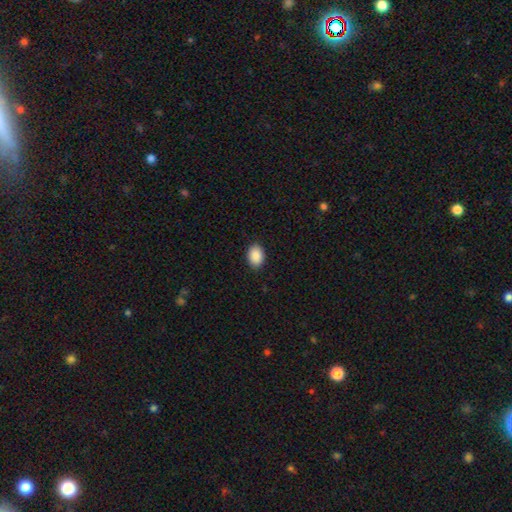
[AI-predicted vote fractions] A smooth galaxy with no disk features (90%) that is in between round and cigar-shaped (82%). Merging: none (89%).